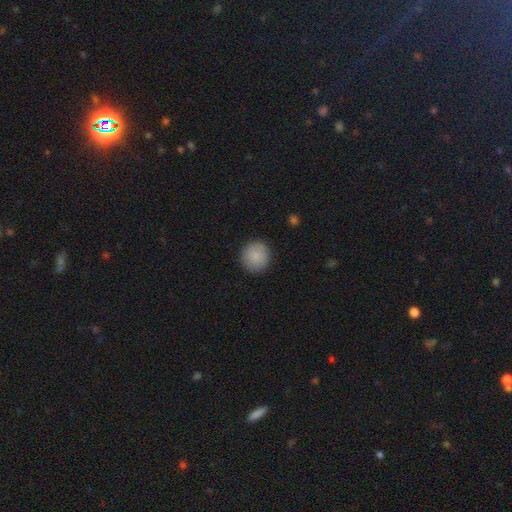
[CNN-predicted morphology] A smooth galaxy with no disk features (87%) that is round (92%).

Vote fractions:
- Smooth or featured? smooth: 87% / star or artifact: 8% / featured or disk: 5%
- How rounded? round: 92% / in between: 7% / cigar-shaped: 1%
- Merging? none: 90% / minor disturbance: 7% / major disturbance: 2% / merger: 1%